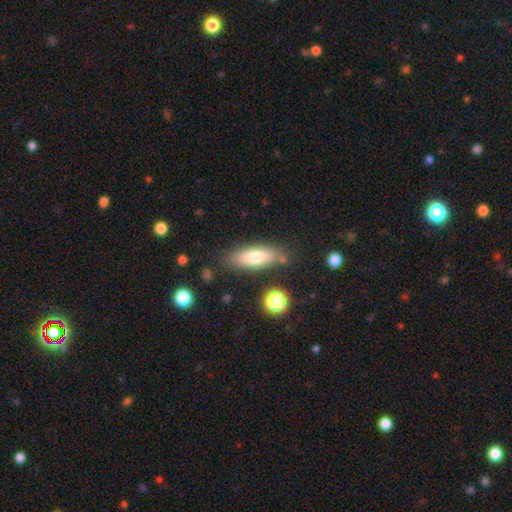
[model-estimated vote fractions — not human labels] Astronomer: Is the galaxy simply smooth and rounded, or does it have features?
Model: smooth — 71%.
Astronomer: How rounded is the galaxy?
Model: in between — 57% (runner-up: cigar-shaped, 40%).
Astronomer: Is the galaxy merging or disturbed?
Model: none — 78%.